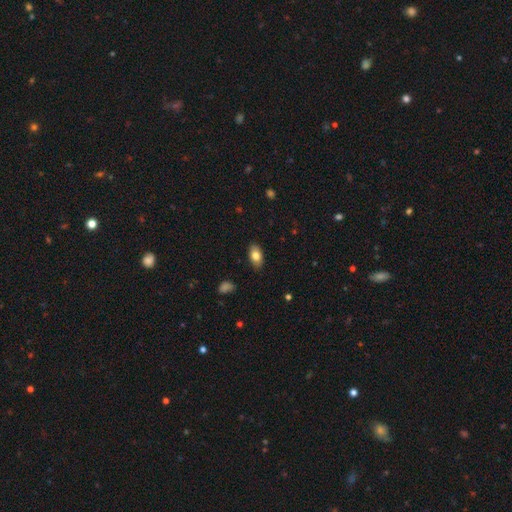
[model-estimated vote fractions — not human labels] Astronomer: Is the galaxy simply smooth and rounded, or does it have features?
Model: smooth — 79%.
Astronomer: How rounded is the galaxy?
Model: in between — 92%.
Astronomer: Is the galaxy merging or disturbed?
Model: none — 87%.